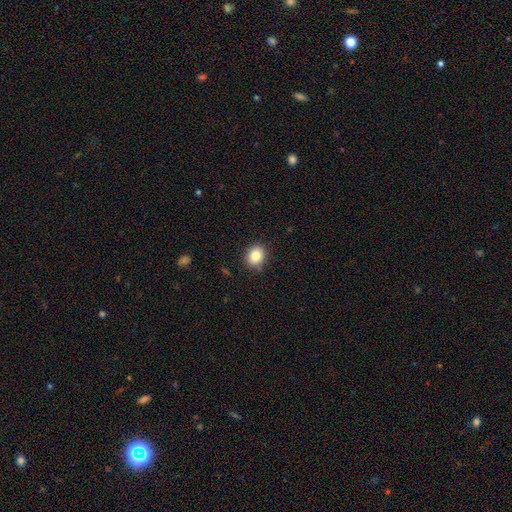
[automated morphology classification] This is clearly a smooth galaxy (83%). How rounded: likely round (65%). Merging: clearly none (87%).